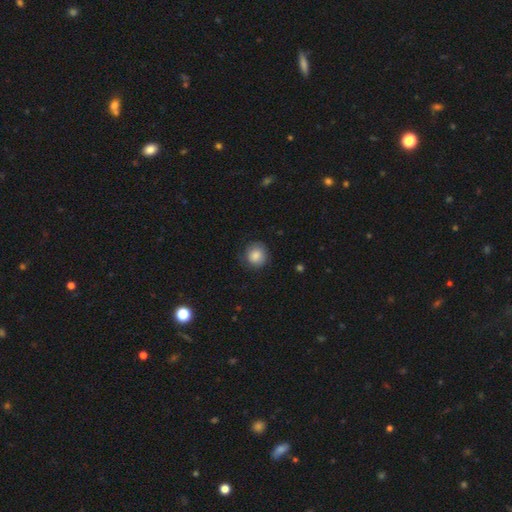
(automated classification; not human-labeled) smooth-or-featured: smooth: 83% | featured or disk: 9% | star or artifact: 8%
  how-rounded: round: 90% | in between: 9% | cigar-shaped: 1%
  merging: none: 79% | minor disturbance: 15% | major disturbance: 5% | merger: 1%